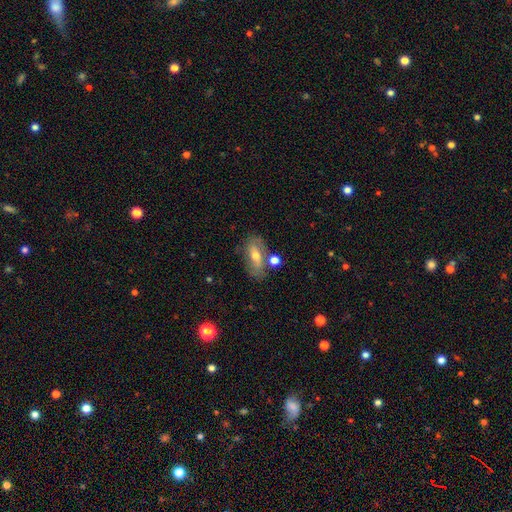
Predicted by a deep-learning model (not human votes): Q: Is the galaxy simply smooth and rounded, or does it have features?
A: smooth — 48%.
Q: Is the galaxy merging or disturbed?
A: none — 66%.